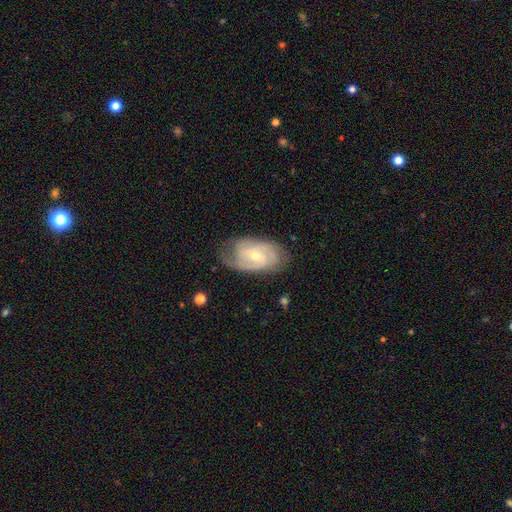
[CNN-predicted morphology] Smooth or featured? Predicted: featured or disk (p=0.80). Edge-on disk? Predicted: no (p=0.96). Bar? Predicted: no (p=0.54). Spiral arms? Predicted: yes (p=0.94). Spiral winding? Predicted: tight (p=0.49). Spiral arm count? Predicted: 2 (p=0.43). Bulge size? Predicted: small (p=0.60). Merging? Predicted: none (p=0.69).